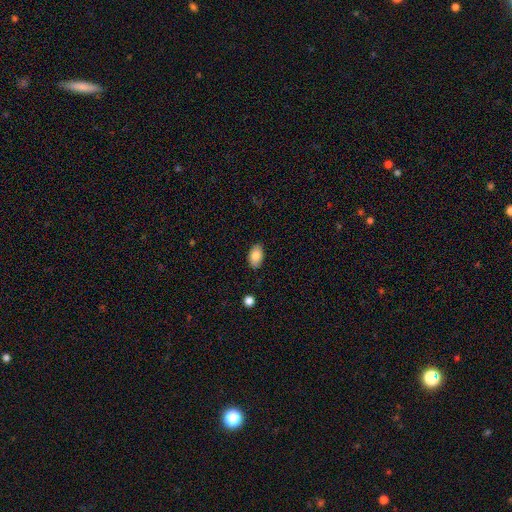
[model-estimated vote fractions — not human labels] This appears to be a smooth galaxy with no disk features (84%) that is in between round and cigar-shaped (93%). Merging: none (86%).